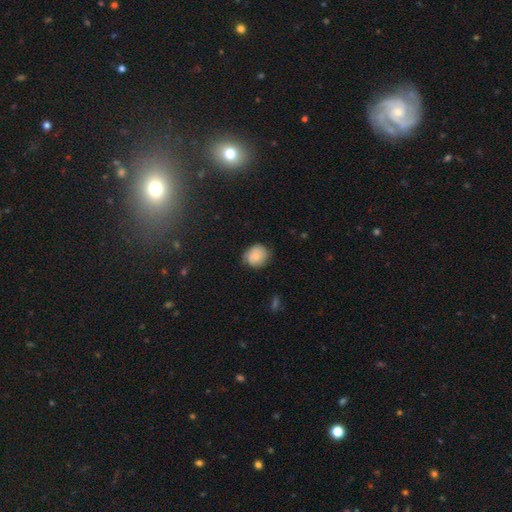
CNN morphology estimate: Smooth or featured? smooth (70%)
How rounded? round (75%)
Merging? none (68%)